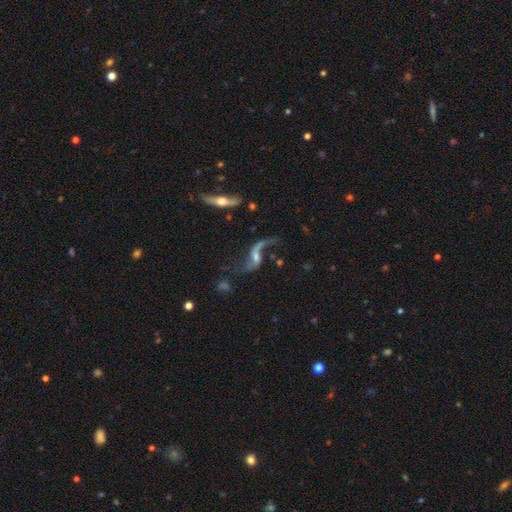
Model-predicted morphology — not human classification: Smooth or featured: featured or disk — 86% (star or artifact — 8%)
Edge-on disk: no — 91% (yes — 9%)
Bar: no — 49% (weak — 35%)
Spiral arms: yes — 93% (no — 7%)
Spiral winding: loose — 92% (medium — 6%)
Spiral arm count: 2 — 86% (1 — 9%)
Bulge size: small — 49% (moderate — 35%)
Merging: none — 54% (major disturbance — 21%)